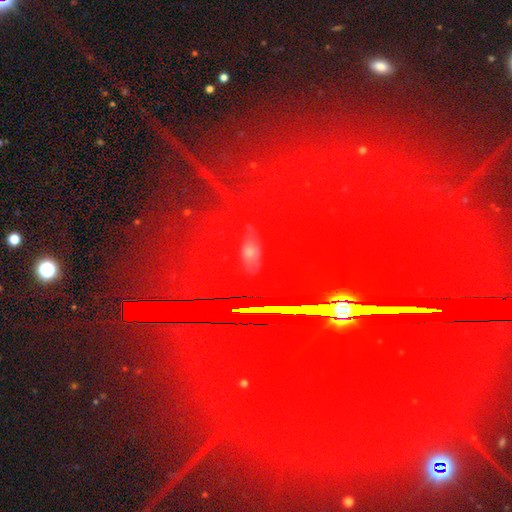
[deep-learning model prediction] Smooth or featured? Predicted: star or artifact (p=0.80).